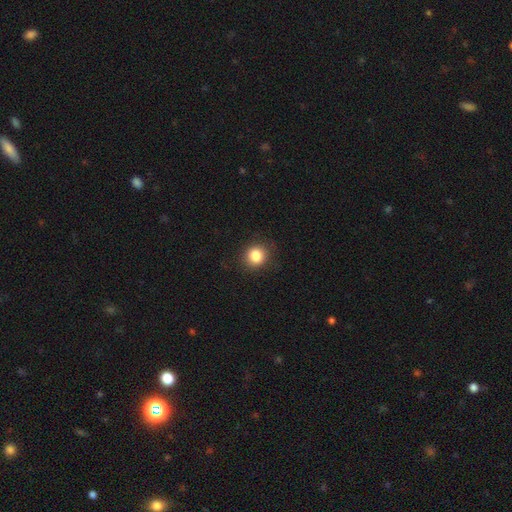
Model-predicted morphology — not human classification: type=smooth (84%); roundness=round (84%); merging=none (88%).